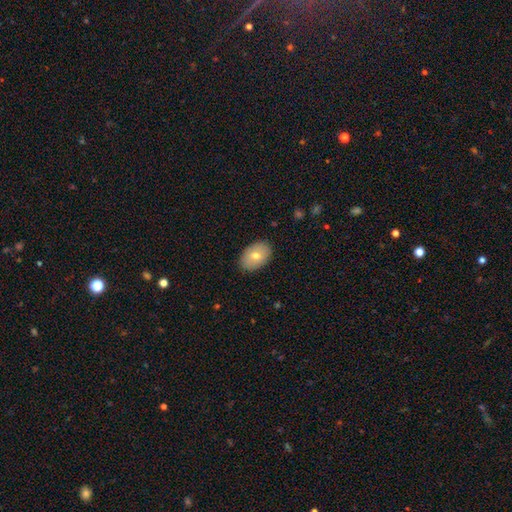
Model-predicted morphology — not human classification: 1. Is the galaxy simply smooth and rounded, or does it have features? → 72% smooth, 21% featured or disk, 7% star or artifact.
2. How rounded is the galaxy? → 86% in between, 13% round, 1% cigar-shaped.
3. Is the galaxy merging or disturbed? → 88% none, 9% minor disturbance, 2% major disturbance, 1% merger.